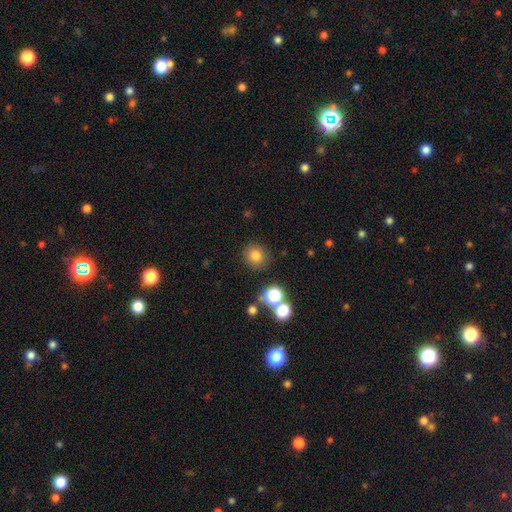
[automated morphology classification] Overall: smooth (77%). How rounded: round (91%). Merging: none (85%).